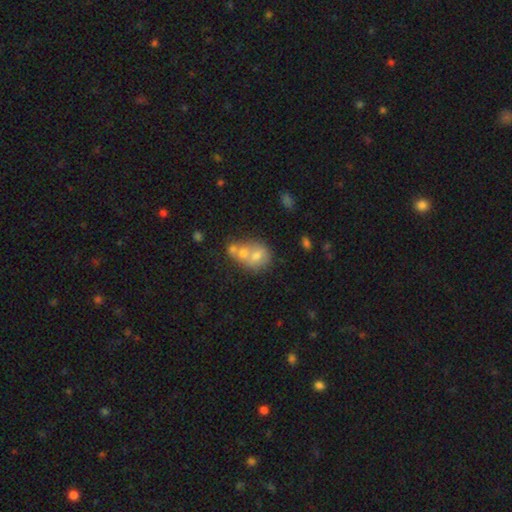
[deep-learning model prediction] A smooth galaxy with no disk features (52%) that is round (62%).

Vote fractions:
- Smooth or featured? smooth: 52% / featured or disk: 24% / star or artifact: 24%
- How rounded? round: 62% / in between: 36% / cigar-shaped: 2%
- Merging? merger: 45% / none: 39% / minor disturbance: 10% / major disturbance: 6%